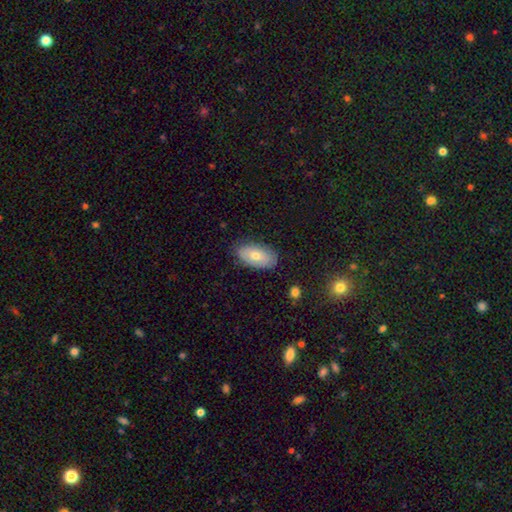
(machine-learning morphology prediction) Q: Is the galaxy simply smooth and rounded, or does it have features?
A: smooth — 65%.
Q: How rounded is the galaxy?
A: in between — 93%.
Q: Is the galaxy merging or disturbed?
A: none — 82%.